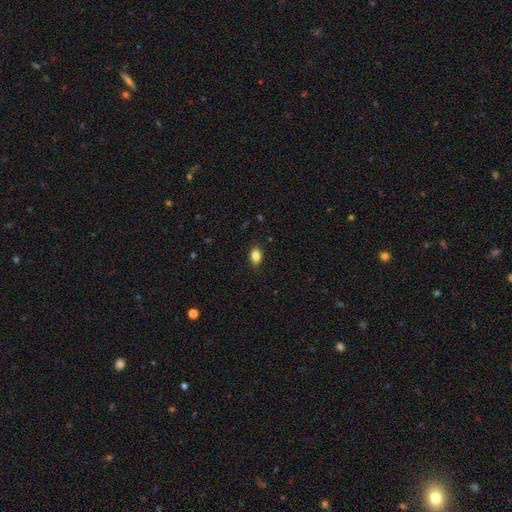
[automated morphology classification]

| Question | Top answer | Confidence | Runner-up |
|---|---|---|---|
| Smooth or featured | smooth | 85% | star or artifact (9%) |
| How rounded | in between | 88% | round (9%) |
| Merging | none | 86% | minor disturbance (11%) |